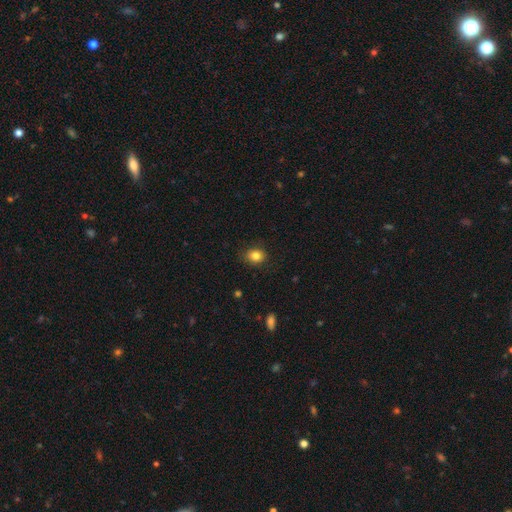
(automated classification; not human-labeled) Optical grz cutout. It shows a smooth galaxy with no disk features (83%) that is round (59%). Merging: none (86%).